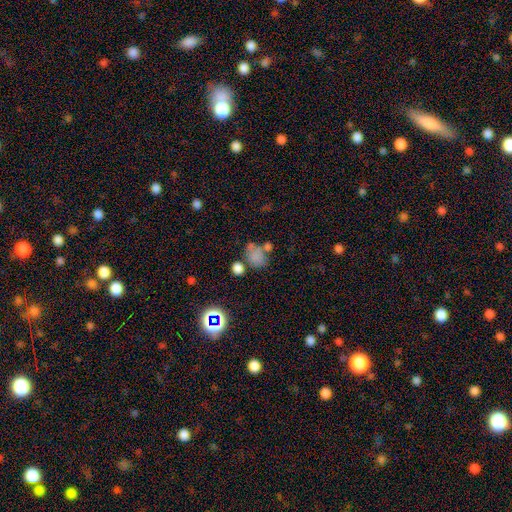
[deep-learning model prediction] A smooth galaxy with no disk features (69%) that is in between round and cigar-shaped (51%). Merging: none (42%).